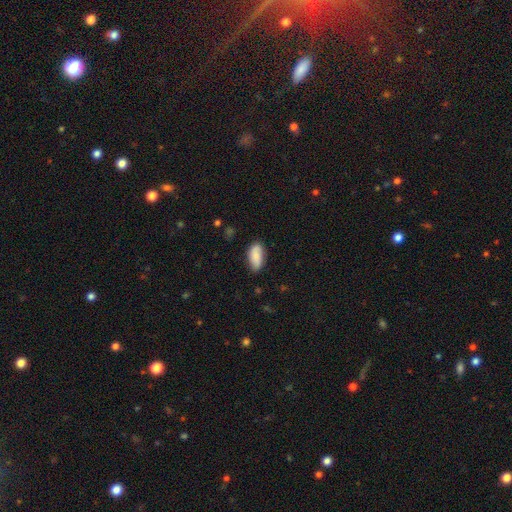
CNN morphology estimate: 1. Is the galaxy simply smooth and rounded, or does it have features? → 83% smooth, 10% featured or disk, 7% star or artifact.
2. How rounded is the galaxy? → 90% in between, 8% cigar-shaped, 2% round.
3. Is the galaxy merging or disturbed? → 80% none, 16% minor disturbance, 3% major disturbance, 1% merger.